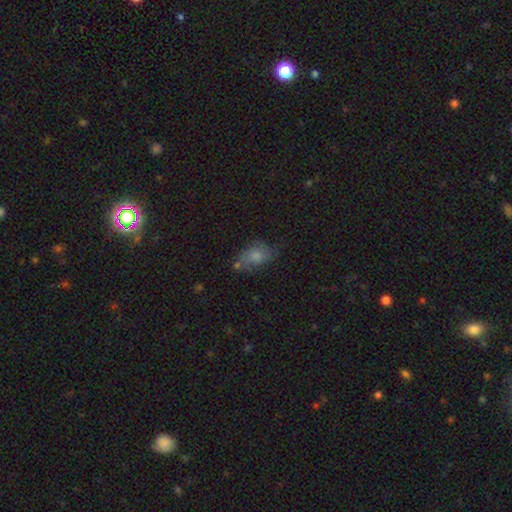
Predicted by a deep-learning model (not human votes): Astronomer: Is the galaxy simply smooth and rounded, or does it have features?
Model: smooth — 67%.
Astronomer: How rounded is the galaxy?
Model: in between — 84%.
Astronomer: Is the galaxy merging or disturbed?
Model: none — 48% (runner-up: minor disturbance, 29%).